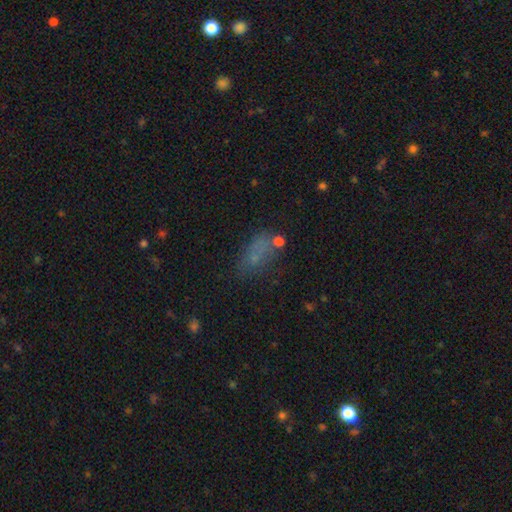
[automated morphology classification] This is possibly a smooth galaxy (58%). How rounded: clearly in between (81%). Merging: possibly none (54%).